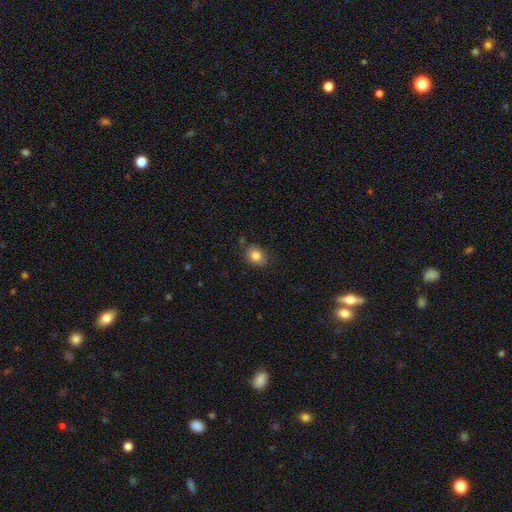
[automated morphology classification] Smooth or featured: smooth — 83% (star or artifact — 9%)
How rounded: in between — 50% (round — 49%)
Merging: none — 80% (minor disturbance — 15%)